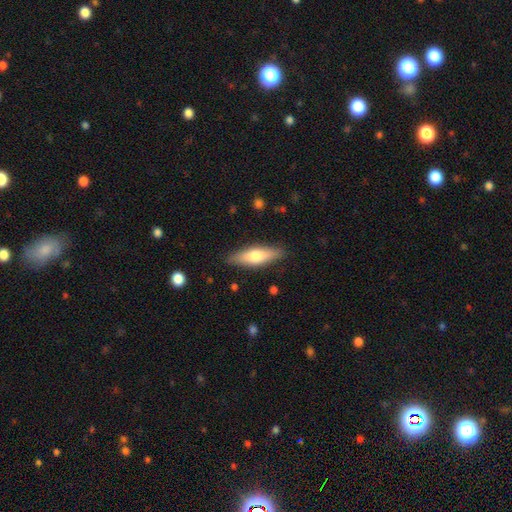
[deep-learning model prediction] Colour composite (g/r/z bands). It shows a smooth galaxy with no disk features (60%) that is cigar-shaped (56%). Merging: none (86%).